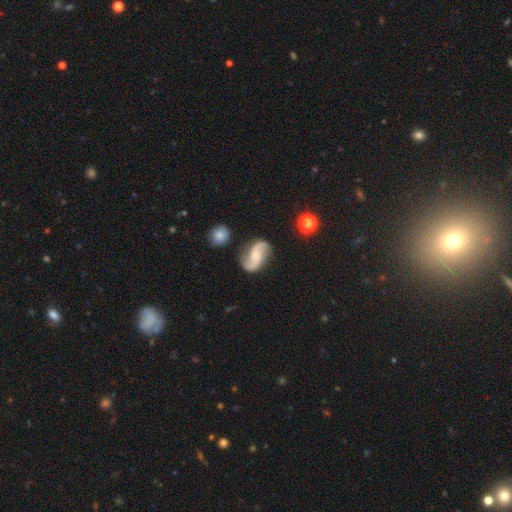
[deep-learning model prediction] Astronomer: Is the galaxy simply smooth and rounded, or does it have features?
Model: featured or disk — 86%.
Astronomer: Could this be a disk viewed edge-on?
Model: no — 98%.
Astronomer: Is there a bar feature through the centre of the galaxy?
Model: no — 54% (runner-up: weak, 36%).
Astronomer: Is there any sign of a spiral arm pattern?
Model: yes — 97%.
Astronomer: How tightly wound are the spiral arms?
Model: loose — 67%.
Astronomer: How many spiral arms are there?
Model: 2 — 94%.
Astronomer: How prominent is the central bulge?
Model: small — 42% (runner-up: moderate, 28%).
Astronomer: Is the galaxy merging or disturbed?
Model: none — 79%.